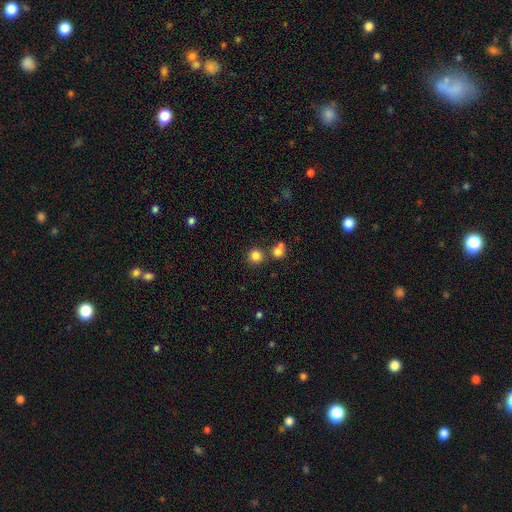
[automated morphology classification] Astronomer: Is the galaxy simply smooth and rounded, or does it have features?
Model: smooth — 82%.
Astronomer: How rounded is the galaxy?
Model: round — 93%.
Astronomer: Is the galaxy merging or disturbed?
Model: none — 73%.